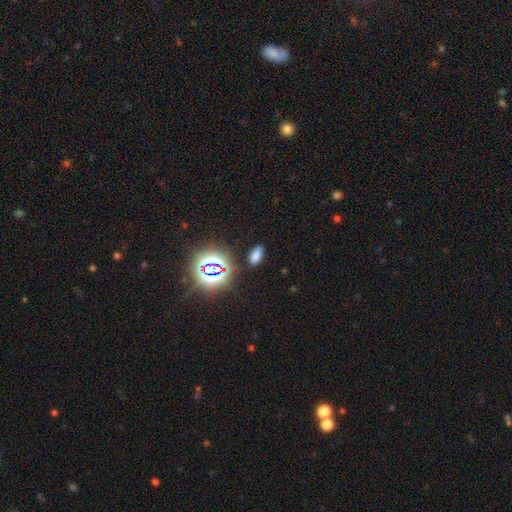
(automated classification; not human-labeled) smooth 67%, star or artifact 27%, featured or disk 6%. Down the decision tree: how rounded — in between (85%); merging — none (87%).